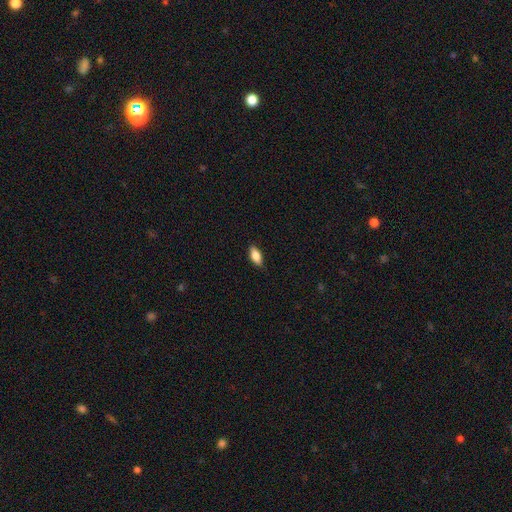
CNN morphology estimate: Overall: smooth (80%). How rounded: in between (84%). Merging: none (86%).